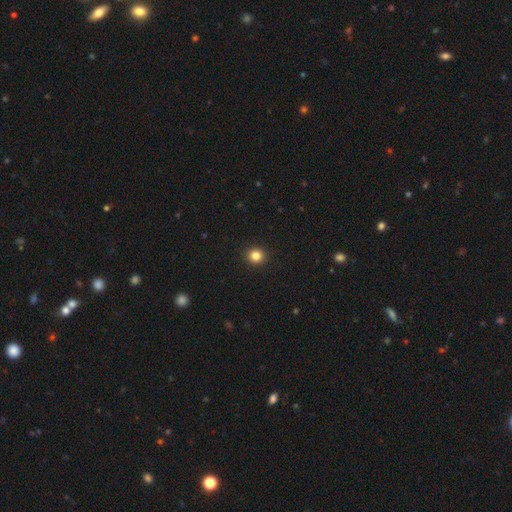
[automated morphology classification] Q: Smooth or featured?
A: smooth (83%); runner-up: star or artifact (12%)
Q: How rounded?
A: round (90%); runner-up: in between (9%)
Q: Merging?
A: none (93%); runner-up: minor disturbance (4%)